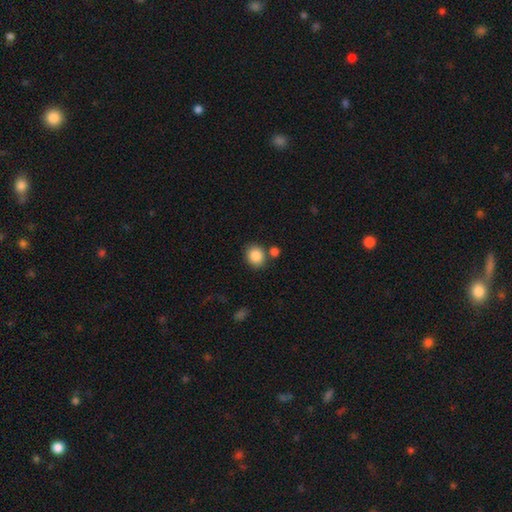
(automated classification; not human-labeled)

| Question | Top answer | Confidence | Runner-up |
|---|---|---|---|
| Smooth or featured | smooth | 87% | star or artifact (9%) |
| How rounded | round | 70% | in between (29%) |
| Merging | none | 74% | merger (13%) |